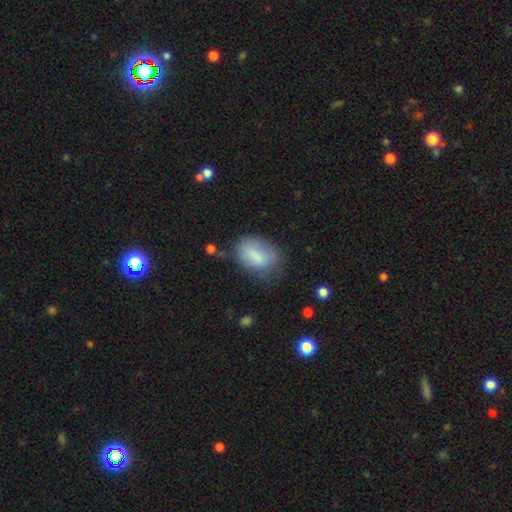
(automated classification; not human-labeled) The model was most divided on "merging": none: 52%, minor disturbance: 31%, major disturbance: 14%, merger: 3%. More confident: how rounded — in between (85%); smooth or featured — smooth (77%).